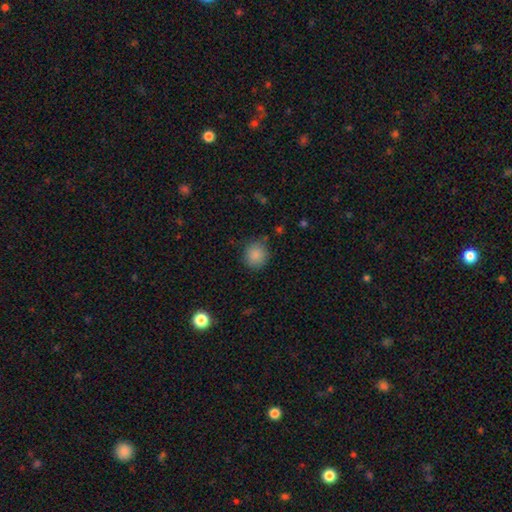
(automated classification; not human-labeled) The model was most divided on "merging": none: 85%, minor disturbance: 11%, major disturbance: 3%, merger: 2%. More confident: how rounded — round (89%); smooth or featured — smooth (87%).